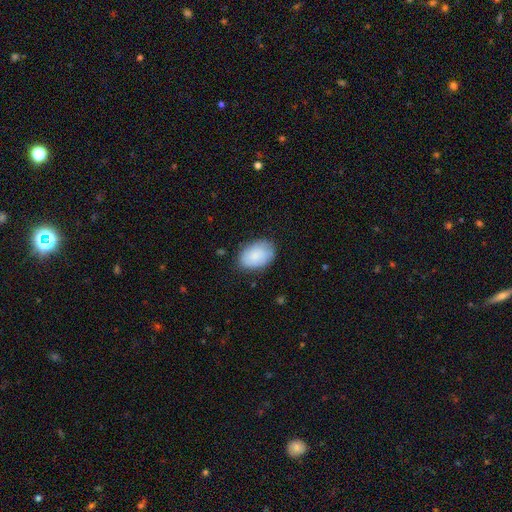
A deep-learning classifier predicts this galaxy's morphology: smooth_or_featured: smooth (p=0.84) [alt: featured or disk p=0.10]
how_rounded: in between (p=0.86) [alt: round p=0.13]
merging: none (p=0.79) [alt: minor disturbance p=0.16]